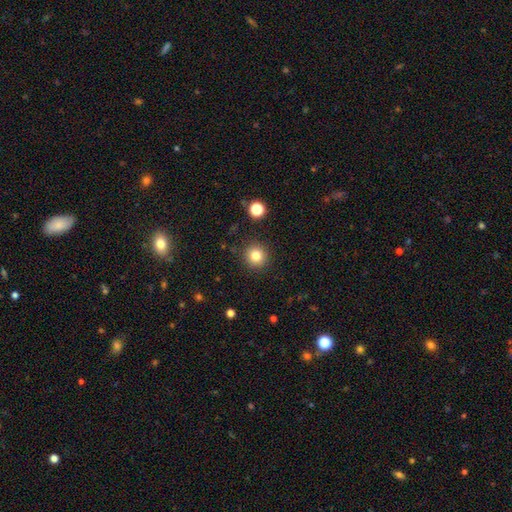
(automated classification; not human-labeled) Smooth or featured? smooth (81%)
How rounded? round (93%)
Merging? none (90%)